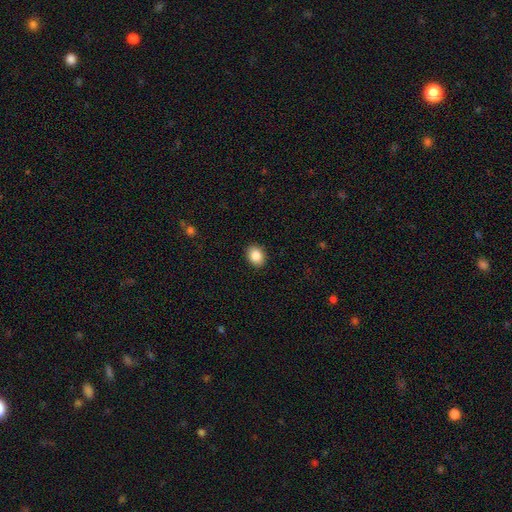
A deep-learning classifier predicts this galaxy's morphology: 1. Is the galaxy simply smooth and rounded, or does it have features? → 87% smooth, 8% star or artifact, 5% featured or disk.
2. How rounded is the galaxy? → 53% in between, 46% round, 1% cigar-shaped.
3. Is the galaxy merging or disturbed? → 90% none, 7% minor disturbance, 2% major disturbance, 1% merger.